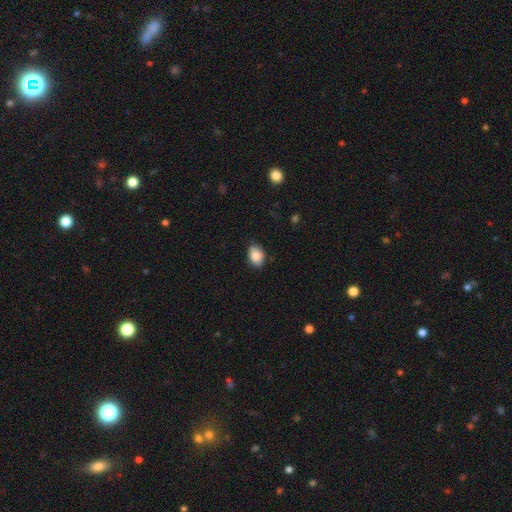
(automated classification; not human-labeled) This appears to be a smooth galaxy with no disk features (87%) that is in between round and cigar-shaped (79%). Merging: none (80%).